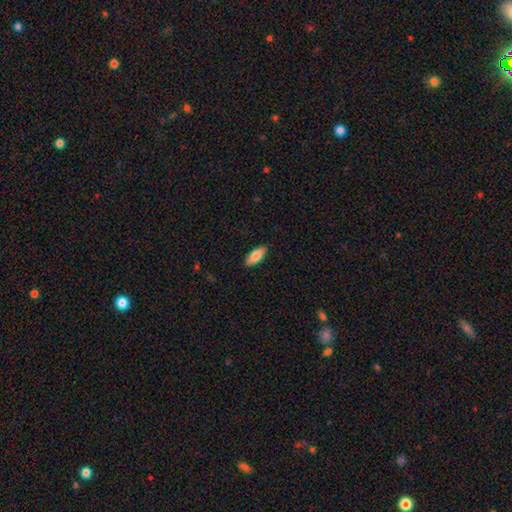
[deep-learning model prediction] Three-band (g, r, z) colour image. It shows a smooth galaxy with no disk features (83%) that is in between round and cigar-shaped (83%). Merging: none (89%).